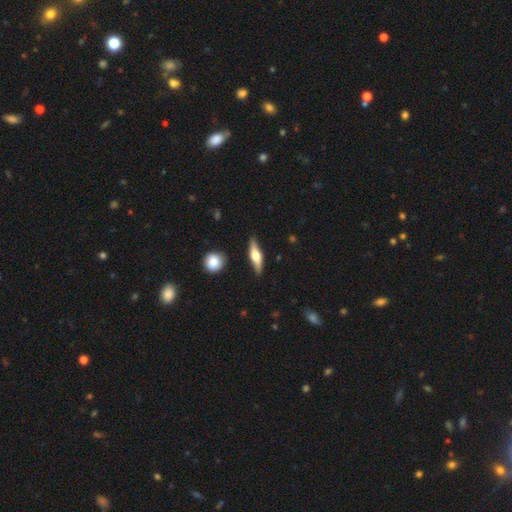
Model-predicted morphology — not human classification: This is possibly a featured or disk galaxy (53%). It is clearly viewed edge-on (90%). Merging: clearly none (83%).